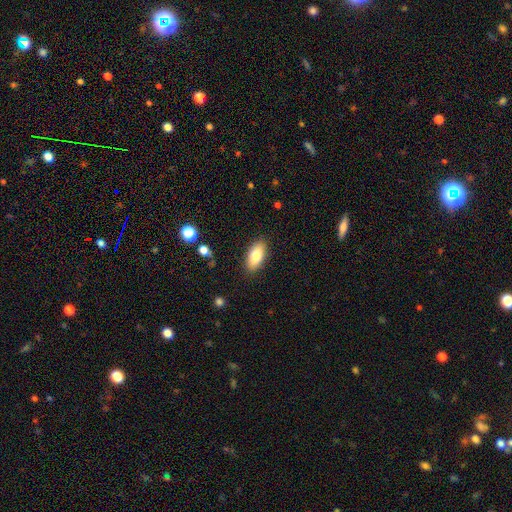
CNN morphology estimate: A smooth galaxy with no disk features (81%) that is in between round and cigar-shaped (90%). Merging: none (87%).